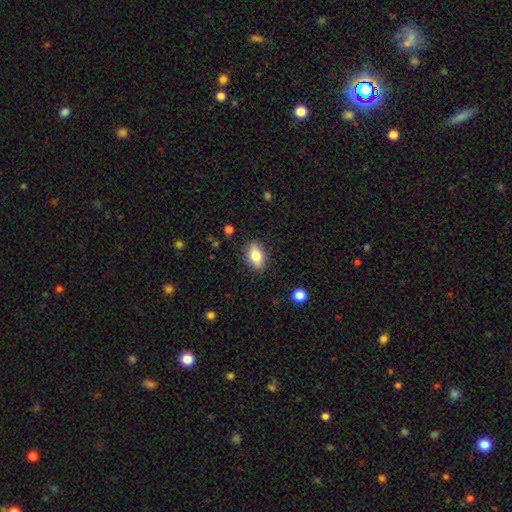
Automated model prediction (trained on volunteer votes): Smooth or featured? Predicted: smooth (p=0.74). How rounded? Predicted: in between (p=0.82). Merging? Predicted: none (p=0.86).